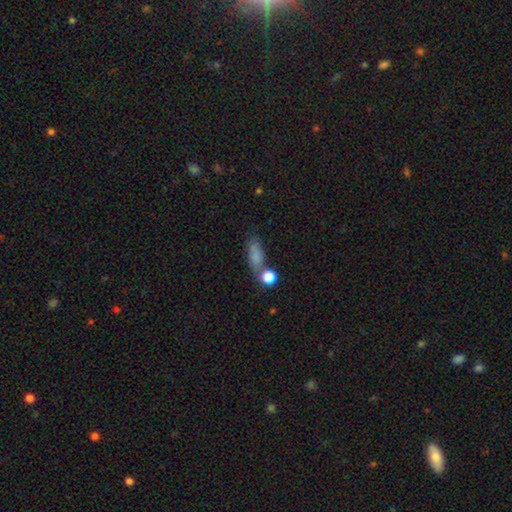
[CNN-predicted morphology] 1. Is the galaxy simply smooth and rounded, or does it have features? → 77% smooth, 13% star or artifact, 10% featured or disk.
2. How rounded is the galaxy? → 61% in between, 26% cigar-shaped, 12% round.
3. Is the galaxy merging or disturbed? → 55% none, 19% minor disturbance, 17% merger, 9% major disturbance.